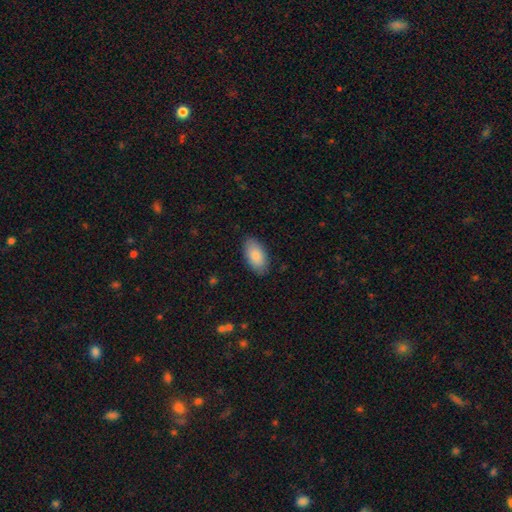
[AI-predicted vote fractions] A smooth galaxy with no disk features (88%) that is in between round and cigar-shaped (95%).

Vote fractions:
- Smooth or featured? smooth: 88% / featured or disk: 7% / star or artifact: 6%
- How rounded? in between: 95% / round: 2% / cigar-shaped: 2%
- Merging? none: 87% / minor disturbance: 10% / major disturbance: 2% / merger: 1%